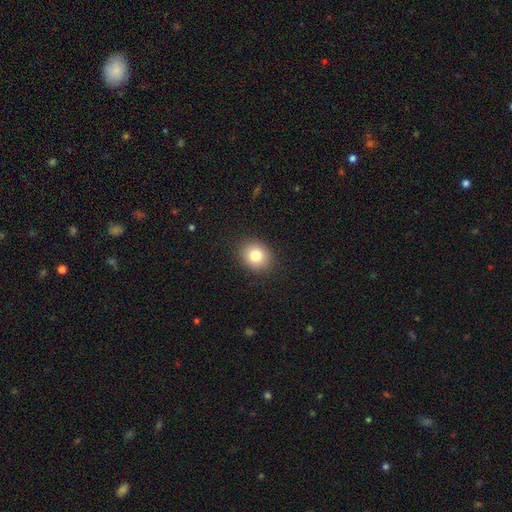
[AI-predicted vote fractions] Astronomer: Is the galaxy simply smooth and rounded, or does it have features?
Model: smooth — 81%.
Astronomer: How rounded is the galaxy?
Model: round — 68%.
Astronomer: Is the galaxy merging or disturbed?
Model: none — 89%.